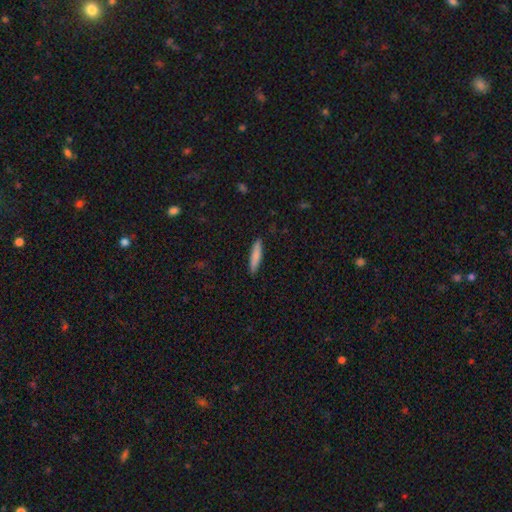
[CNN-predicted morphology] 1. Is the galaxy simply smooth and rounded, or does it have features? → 83% smooth, 11% featured or disk, 6% star or artifact.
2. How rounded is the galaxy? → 87% cigar-shaped, 12% in between, 1% round.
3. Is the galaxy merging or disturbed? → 90% none, 7% minor disturbance, 2% major disturbance, 1% merger.